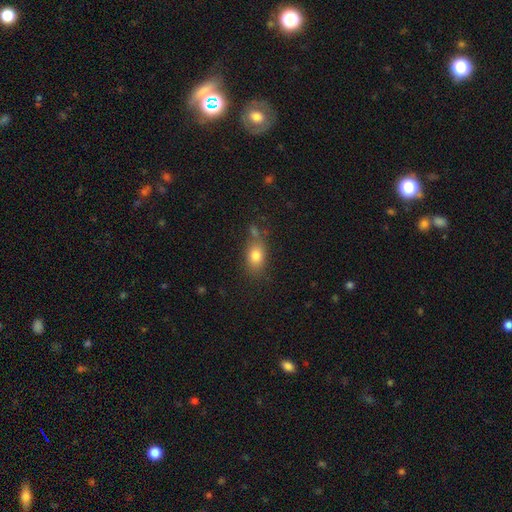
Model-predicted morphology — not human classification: Smooth or featured?
  - smooth: 80% *
  - featured or disk: 11%
  - star or artifact: 10%
How rounded?
  - in between: 78% *
  - round: 19%
  - cigar-shaped: 4%
Merging?
  - none: 64% *
  - minor disturbance: 19%
  - merger: 11%
  - major disturbance: 6%